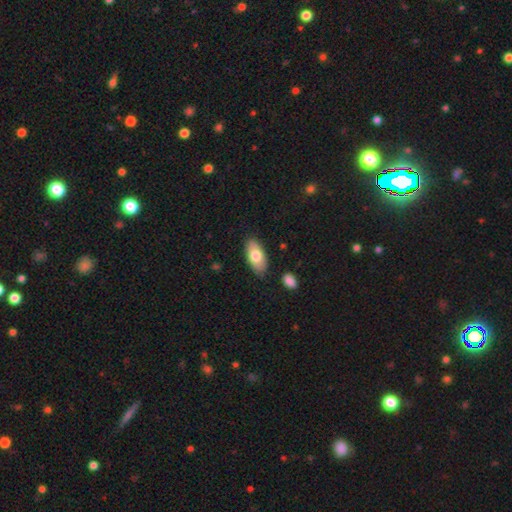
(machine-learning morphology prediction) Smooth or featured: smooth — 75% (featured or disk — 19%)
How rounded: in between — 91% (cigar-shaped — 6%)
Merging: none — 83% (minor disturbance — 13%)